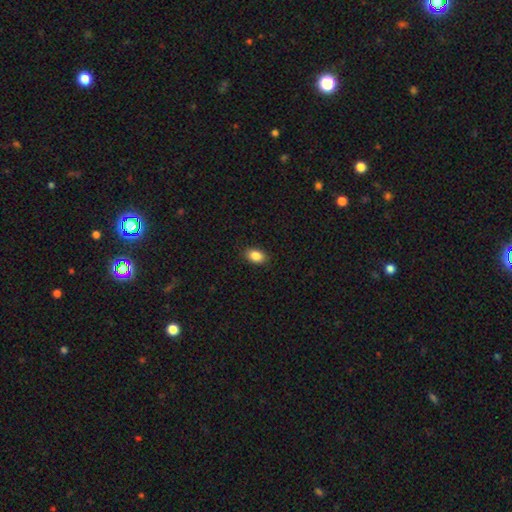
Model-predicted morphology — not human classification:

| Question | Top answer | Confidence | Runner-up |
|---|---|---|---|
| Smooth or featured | smooth | 87% | star or artifact (8%) |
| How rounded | in between | 84% | round (15%) |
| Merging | none | 88% | minor disturbance (9%) |